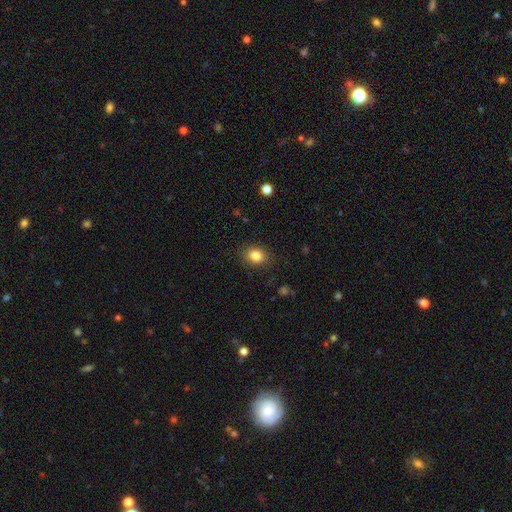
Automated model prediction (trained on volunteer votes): Q: Smooth or featured?
A: smooth (85%); runner-up: star or artifact (9%)
Q: How rounded?
A: in between (54%); runner-up: round (45%)
Q: Merging?
A: none (85%); runner-up: minor disturbance (11%)